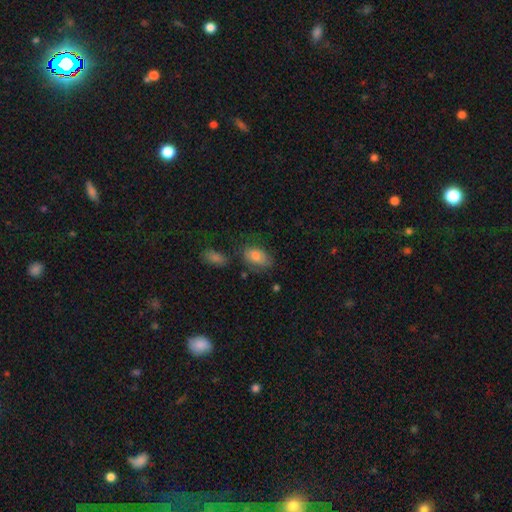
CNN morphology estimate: Smooth or featured? smooth (78%)
How rounded? in between (89%)
Merging? none (61%)